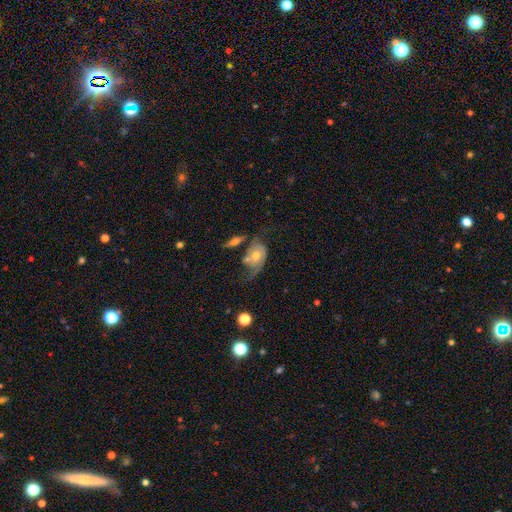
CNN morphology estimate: Q: Smooth or featured?
A: featured or disk (54%); runner-up: smooth (39%)
Q: Edge-on disk?
A: no (94%); runner-up: yes (6%)
Q: Bar?
A: no (79%); runner-up: weak (17%)
Q: Spiral arms?
A: yes (68%); runner-up: no (32%)
Q: Bulge size?
A: moderate (65%); runner-up: small (25%)
Q: Merging?
A: major disturbance (32%); runner-up: none (24%)